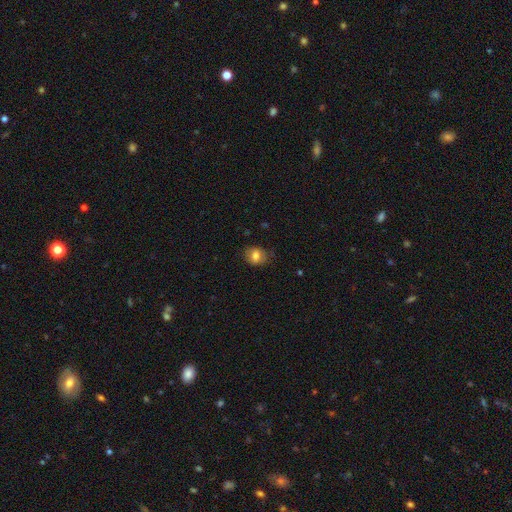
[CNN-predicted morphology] Overall: smooth (75%). How rounded: round (51%; in between 48%). Merging: none (73%).